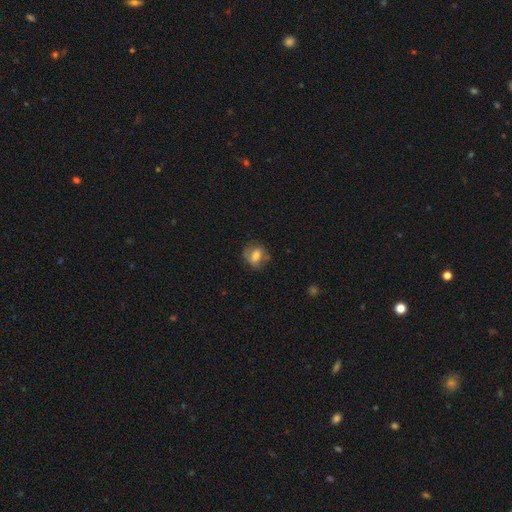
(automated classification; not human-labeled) Overall: smooth (65%; featured or disk 26%). How rounded: in between (52%; round 46%). Merging: none (64%).